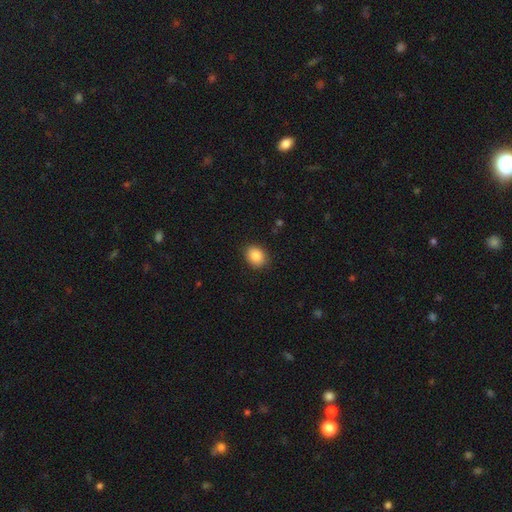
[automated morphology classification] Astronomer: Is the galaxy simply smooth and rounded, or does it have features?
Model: smooth — 86%.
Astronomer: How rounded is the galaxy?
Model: in between — 52% (runner-up: round, 47%).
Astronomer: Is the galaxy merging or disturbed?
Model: none — 89%.